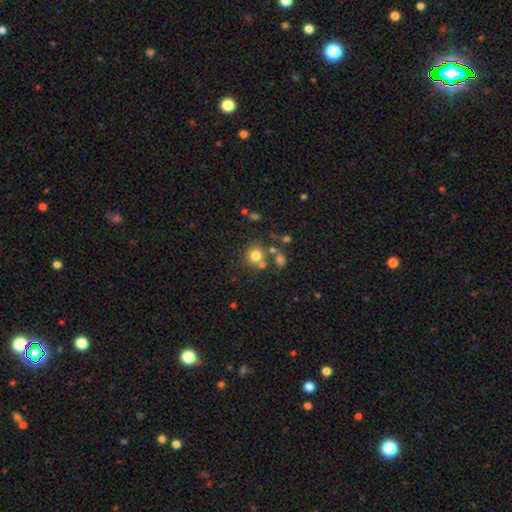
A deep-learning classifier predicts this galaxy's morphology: Smooth or featured? Predicted: smooth (p=0.76). How rounded? Predicted: round (p=0.86). Merging? Predicted: none (p=0.62).